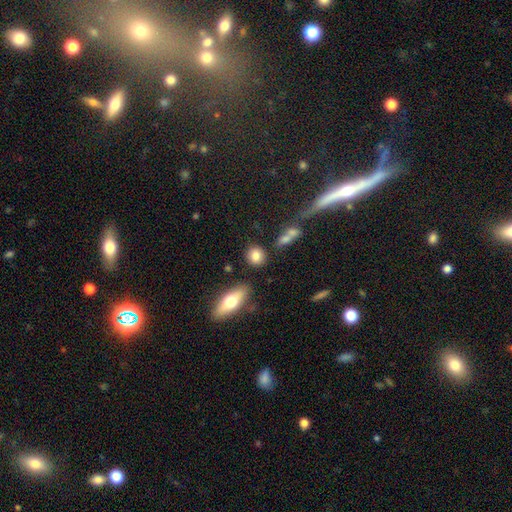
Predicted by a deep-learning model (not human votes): Smooth or featured? Predicted: smooth (p=0.83). How rounded? Predicted: round (p=0.75). Merging? Predicted: none (p=0.83).